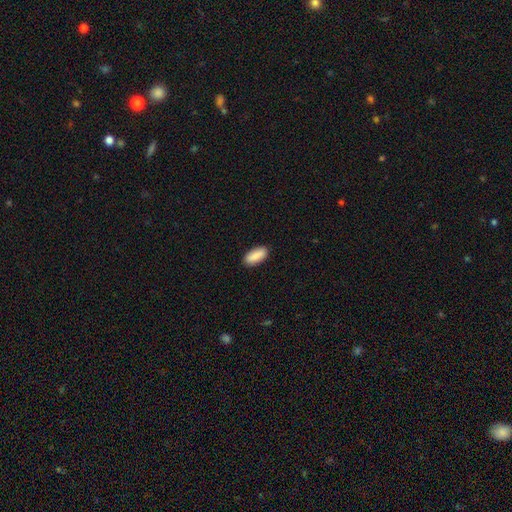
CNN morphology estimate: The model was most divided on "how rounded": in between: 83%, cigar-shaped: 15%, round: 2%. More confident: merging — none (90%); smooth or featured — smooth (89%).